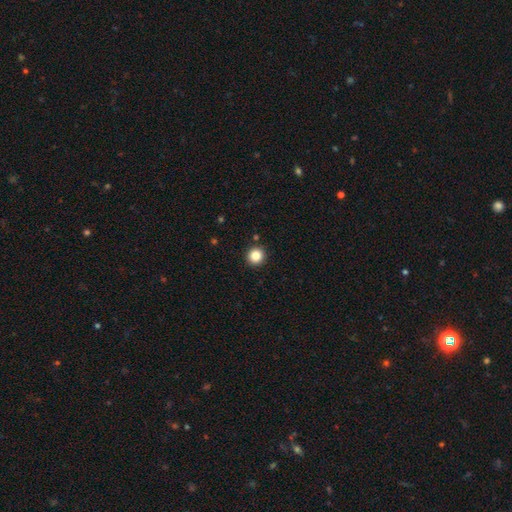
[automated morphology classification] Smooth or featured? smooth (86%)
How rounded? round (95%)
Merging? none (92%)